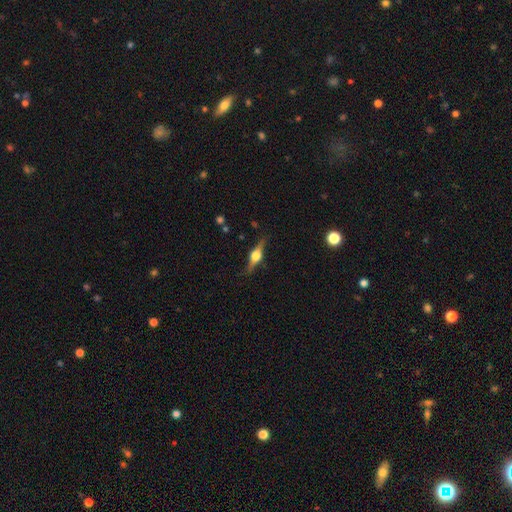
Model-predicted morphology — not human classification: This is likely a featured or disk galaxy (80%). It is clearly viewed edge-on (97%). Edge-on bulge: clearly rounded (94%). Merging: clearly none (86%).